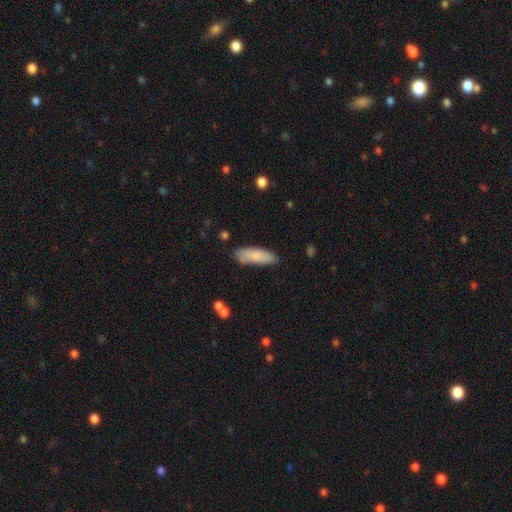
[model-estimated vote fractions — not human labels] Morphology: type=smooth (84%); roundness=in between (53%); merging=none (81%).